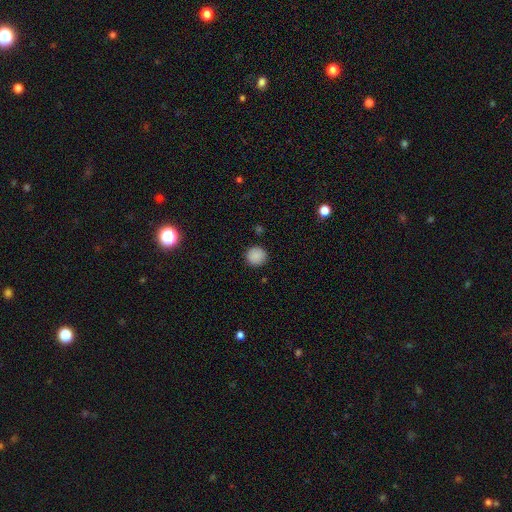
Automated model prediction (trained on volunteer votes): Q: Smooth or featured?
A: smooth (88%); runner-up: star or artifact (9%)
Q: How rounded?
A: round (93%); runner-up: in between (6%)
Q: Merging?
A: none (91%); runner-up: minor disturbance (6%)